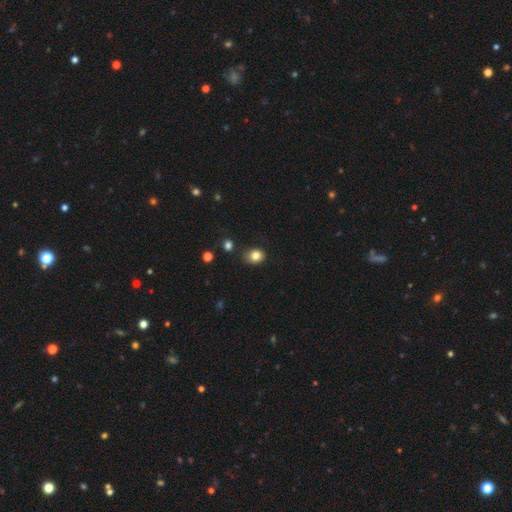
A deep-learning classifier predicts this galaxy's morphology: This is clearly a smooth galaxy (83%). How rounded: possibly round (51%). Merging: likely none (76%).